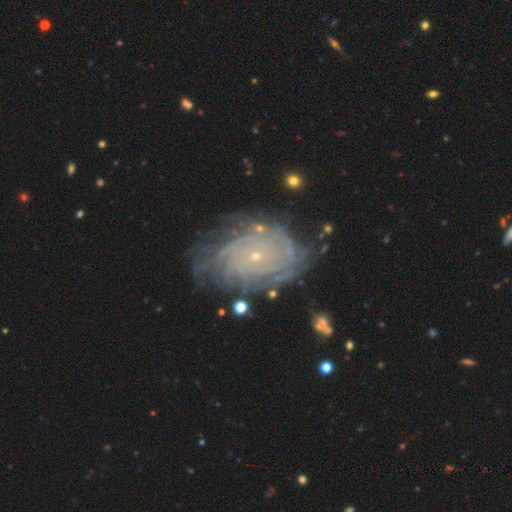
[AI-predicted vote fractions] A featured or disk galaxy (84%) with no bar (83%), tight (79%) spiral arms (94%) and a small central bulge (88%). Merging: none (69%).